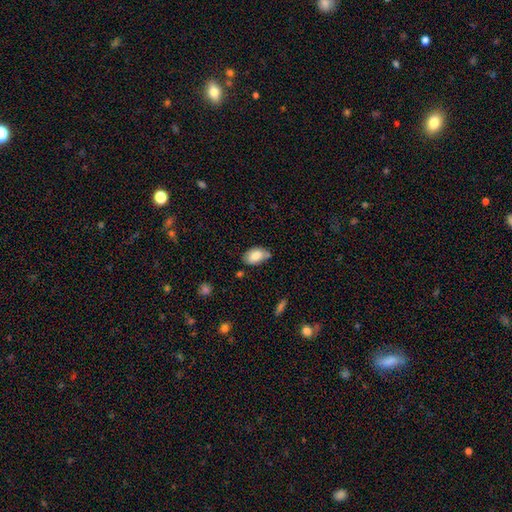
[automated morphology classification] smooth-or-featured: smooth: 80% | featured or disk: 13% | star or artifact: 7%
  how-rounded: in between: 92% | round: 7% | cigar-shaped: 2%
  merging: none: 61% | minor disturbance: 26% | merger: 9% | major disturbance: 4%